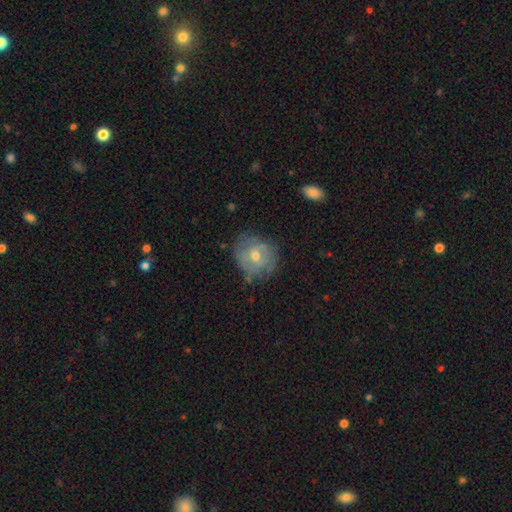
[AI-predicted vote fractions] smooth_or_featured: featured or disk (p=0.54) [alt: smooth p=0.38]
disk_edge_on: no (p=0.96) [alt: yes p=0.04]
bar: no (p=0.68) [alt: weak p=0.27]
has_spiral_arms: yes (p=0.58) [alt: no p=0.42]
bulge_size: moderate (p=0.62) [alt: small p=0.34]
merging: none (p=0.67) [alt: minor disturbance p=0.23]